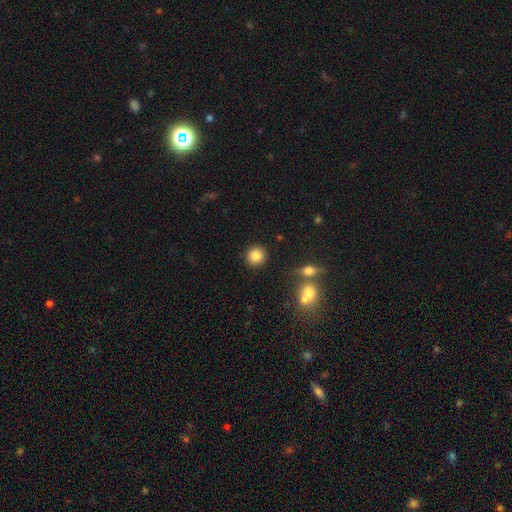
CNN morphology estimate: A smooth galaxy with no disk features (85%) that is round (91%). Merging: none (89%).